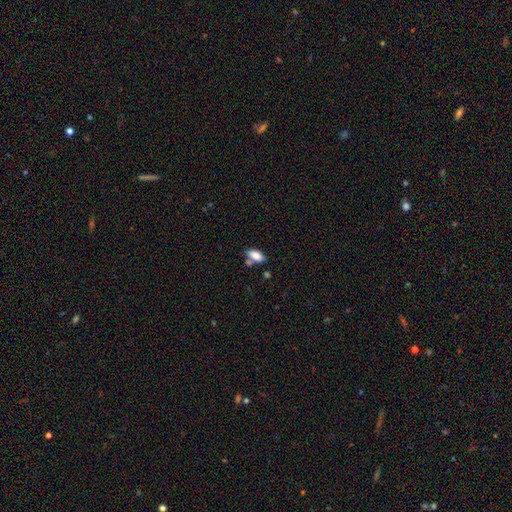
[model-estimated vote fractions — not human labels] This appears to be a smooth galaxy with no disk features (82%) that is in between round and cigar-shaped (89%). Merging: none (63%).